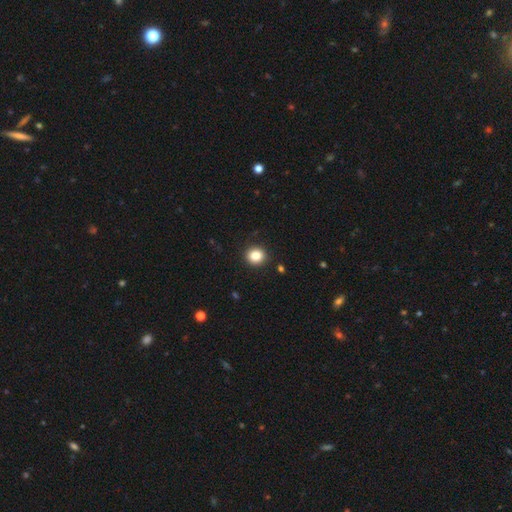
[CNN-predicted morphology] smooth_or_featured: smooth (p=0.84) [alt: star or artifact p=0.11]
how_rounded: round (p=0.85) [alt: in between p=0.14]
merging: none (p=0.91) [alt: minor disturbance p=0.06]